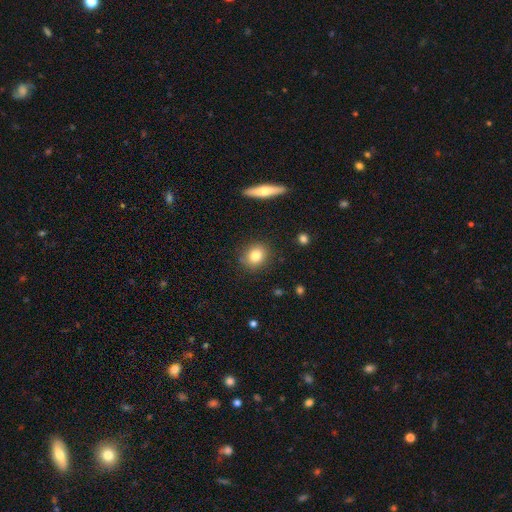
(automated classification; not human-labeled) The model was most divided on "how rounded": round: 72%, in between: 27%, cigar-shaped: 2%. More confident: merging — none (87%); smooth or featured — smooth (80%).